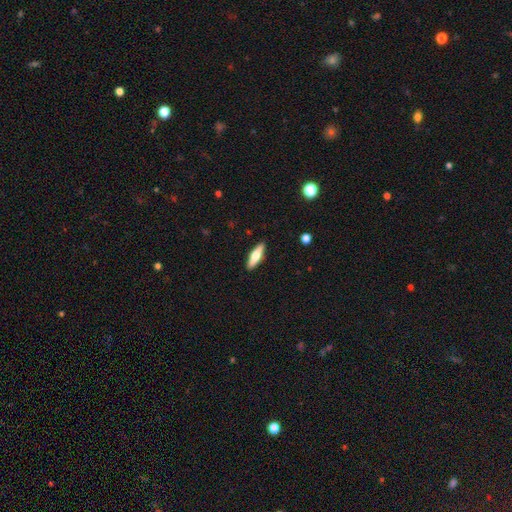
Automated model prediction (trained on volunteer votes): A smooth galaxy with no disk features (53%) that is cigar-shaped (62%).

Vote fractions:
- Smooth or featured? smooth: 53% / featured or disk: 41% / star or artifact: 6%
- How rounded? cigar-shaped: 62% / in between: 36% / round: 2%
- Merging? none: 90% / minor disturbance: 7% / major disturbance: 2% / merger: 1%